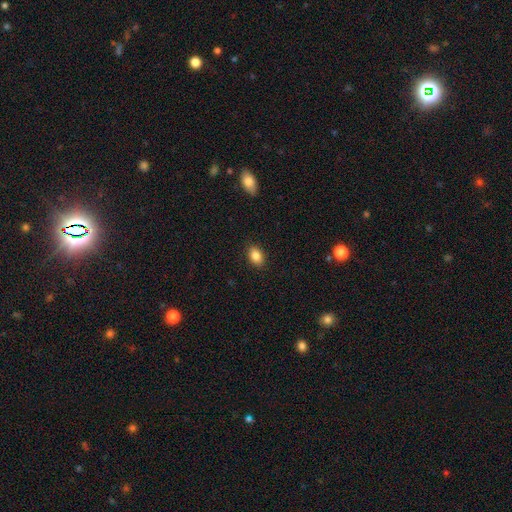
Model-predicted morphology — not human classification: Q: Smooth or featured?
A: smooth (86%); runner-up: star or artifact (9%)
Q: How rounded?
A: in between (81%); runner-up: round (18%)
Q: Merging?
A: none (89%); runner-up: minor disturbance (8%)